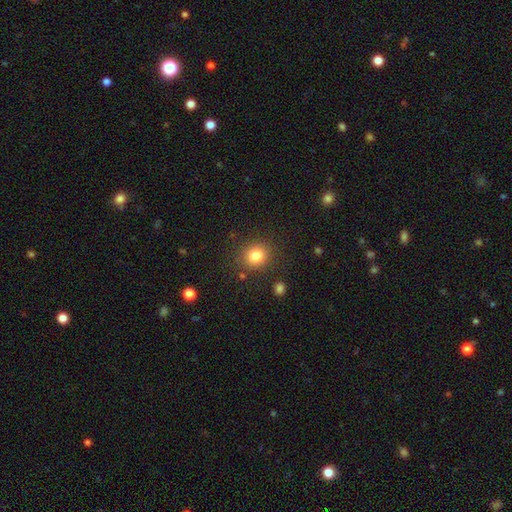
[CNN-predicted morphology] This is clearly a smooth galaxy (82%). How rounded: clearly round (85%). Merging: clearly none (86%).